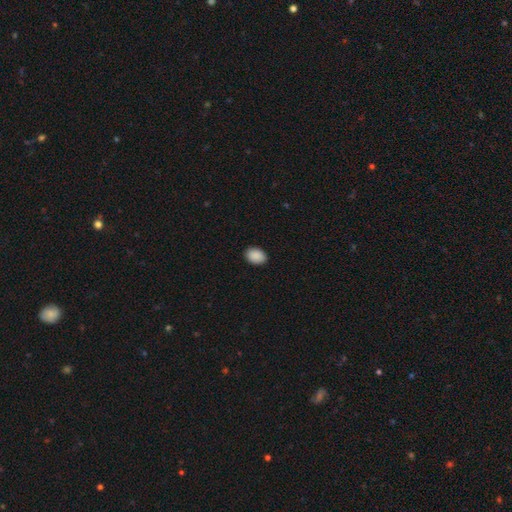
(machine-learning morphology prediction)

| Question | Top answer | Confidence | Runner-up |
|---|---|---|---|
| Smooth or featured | smooth | 90% | star or artifact (7%) |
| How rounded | in between | 79% | round (20%) |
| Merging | none | 90% | minor disturbance (7%) |